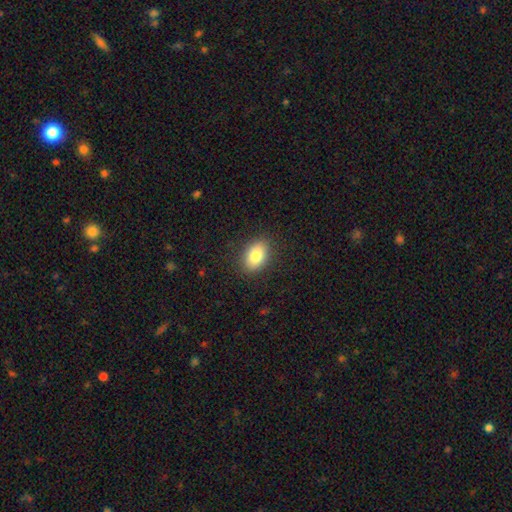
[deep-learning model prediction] This appears to be a smooth galaxy with no disk features (82%) that is in between round and cigar-shaped (82%). Merging: none (88%).